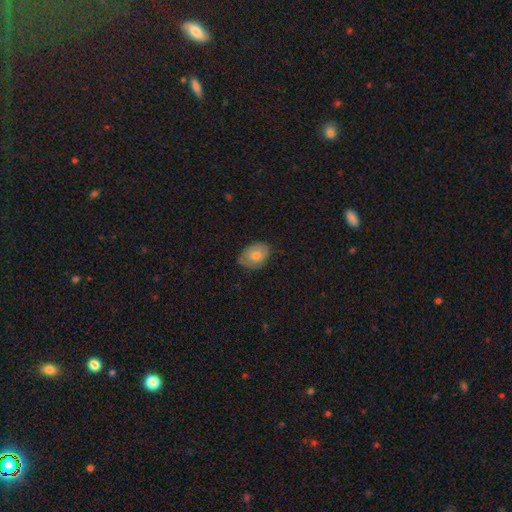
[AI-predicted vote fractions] This appears to be a smooth galaxy with no disk features (76%) that is in between round and cigar-shaped (79%). Merging: none (68%).